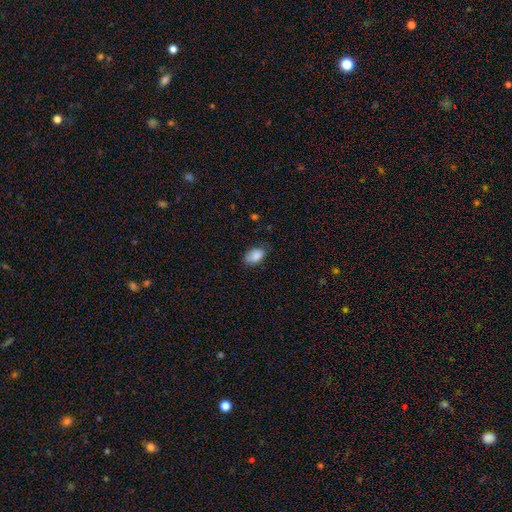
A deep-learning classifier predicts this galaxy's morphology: type=smooth (86%); roundness=in between (90%); merging=none (70%).